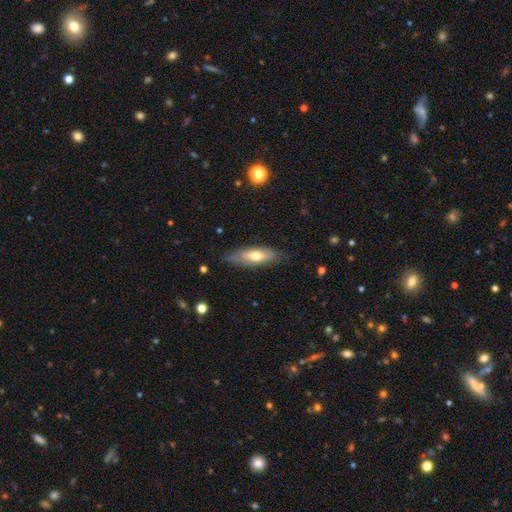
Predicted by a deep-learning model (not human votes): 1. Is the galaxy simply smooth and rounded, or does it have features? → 61% smooth, 33% featured or disk, 6% star or artifact.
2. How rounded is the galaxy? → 55% in between, 43% cigar-shaped, 2% round.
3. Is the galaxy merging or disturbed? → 74% none, 21% minor disturbance, 4% major disturbance, 1% merger.